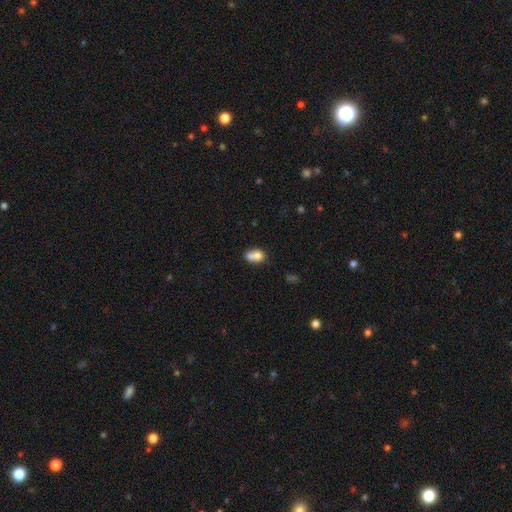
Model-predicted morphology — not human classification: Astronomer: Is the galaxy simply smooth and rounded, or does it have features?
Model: smooth — 73%.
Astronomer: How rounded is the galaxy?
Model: in between — 70%.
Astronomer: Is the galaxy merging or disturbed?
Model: merger — 48% (runner-up: none, 30%).